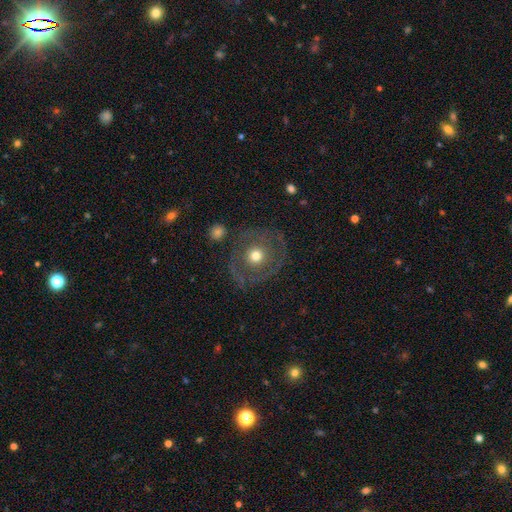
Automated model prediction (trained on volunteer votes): Smooth or featured?
  - featured or disk: 51% *
  - smooth: 41%
  - star or artifact: 8%
Edge-on disk?
  - no: 95% *
  - yes: 5%
Merging?
  - none: 74% *
  - minor disturbance: 13%
  - major disturbance: 10%
  - merger: 2%